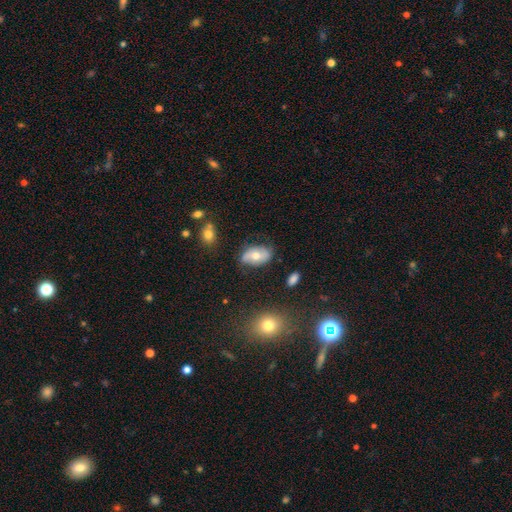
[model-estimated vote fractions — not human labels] Smooth or featured: smooth — 51% (featured or disk — 41%)
How rounded: in between — 88% (round — 10%)
Merging: none — 70% (minor disturbance — 22%)